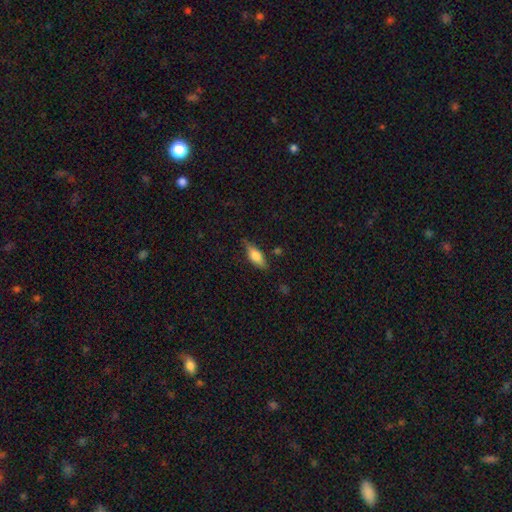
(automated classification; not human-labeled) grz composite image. It shows a smooth galaxy with no disk features (69%) that is in between round and cigar-shaped (71%). Merging: none (73%).